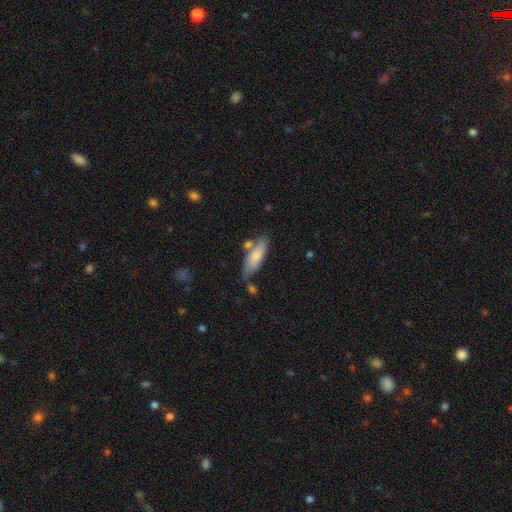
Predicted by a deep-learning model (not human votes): Smooth or featured?
  - smooth: 71% *
  - featured or disk: 22%
  - star or artifact: 6%
How rounded?
  - in between: 62% *
  - cigar-shaped: 36%
  - round: 2%
Merging?
  - none: 59% *
  - minor disturbance: 22%
  - merger: 13%
  - major disturbance: 6%